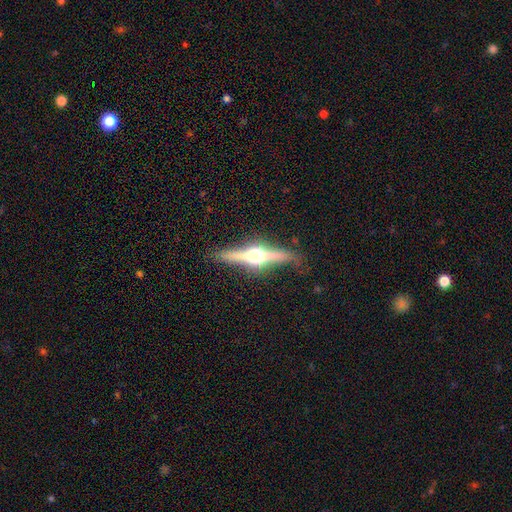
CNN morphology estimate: A featured or disk galaxy (80%) viewed edge-on (97%) with a rounded central bulge (96%).

Vote fractions:
- Smooth or featured? featured or disk: 80% / smooth: 14% / star or artifact: 6%
- Edge-on disk? yes: 97% / no: 3%
- Edge-on bulge? rounded: 96% / boxy: 3% / none: 1%
- Merging? none: 87% / minor disturbance: 9% / major disturbance: 3% / merger: 1%